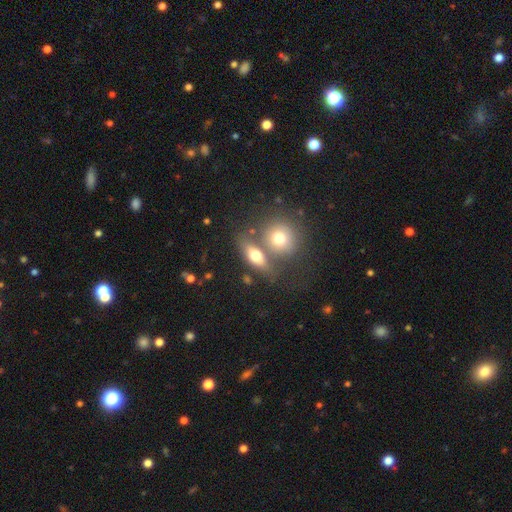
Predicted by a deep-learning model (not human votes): Smooth or featured: smooth — 66% (featured or disk — 25%)
How rounded: in between — 64% (round — 21%)
Merging: none — 47% (merger — 36%)